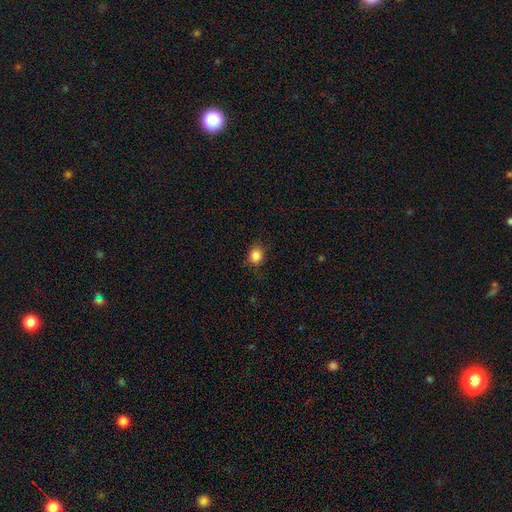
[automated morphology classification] Smooth or featured?
  - smooth: 85% *
  - star or artifact: 11%
  - featured or disk: 5%
How rounded?
  - round: 67% *
  - in between: 32%
  - cigar-shaped: 1%
Merging?
  - none: 84% *
  - minor disturbance: 12%
  - major disturbance: 3%
  - merger: 1%